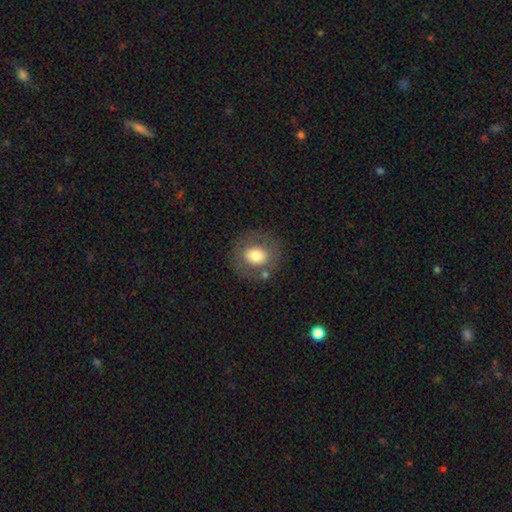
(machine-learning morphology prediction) Overall: smooth (65%; featured or disk 26%). How rounded: round (77%). Merging: none (78%).